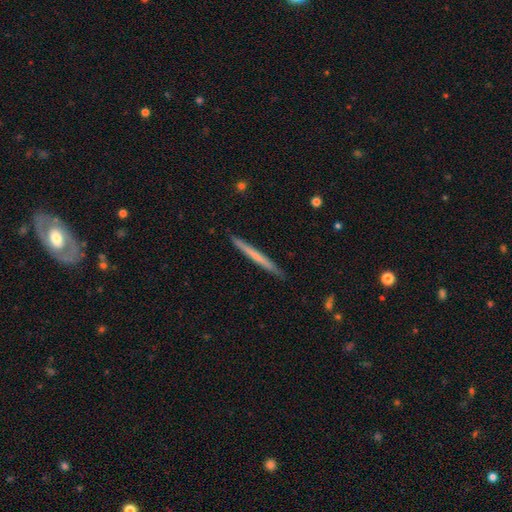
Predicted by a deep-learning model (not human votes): Morphology: type=smooth (50%); roundness=cigar-shaped (97%); merging=none (90%).